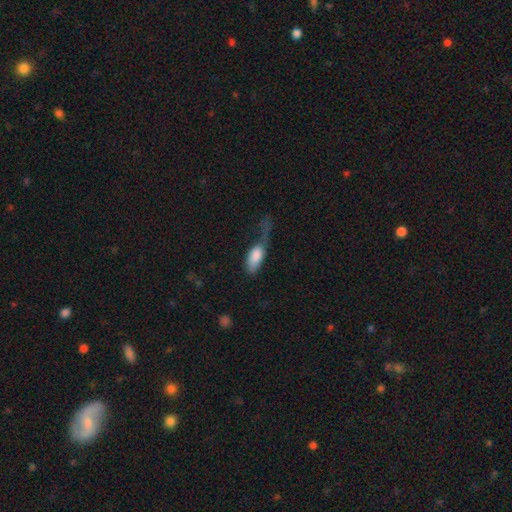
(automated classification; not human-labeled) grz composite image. It shows a smooth galaxy with no disk features (80%) that is in between round and cigar-shaped (88%). Merging: major disturbance (54%).